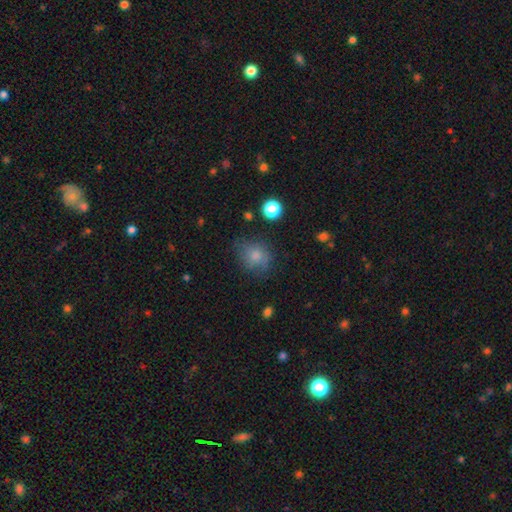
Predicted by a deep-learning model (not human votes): Overall: smooth (78%). How rounded: round (66%; in between 33%). Merging: none (63%; minor disturbance 24%).